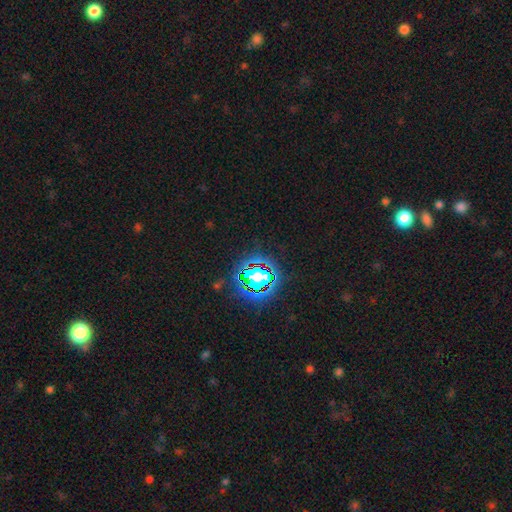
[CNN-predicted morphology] type=star or artifact (82%).